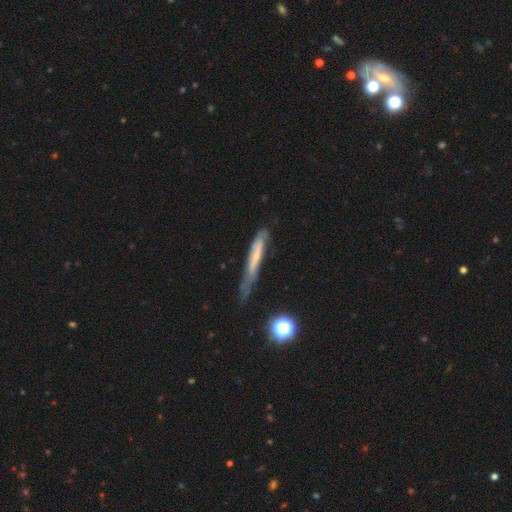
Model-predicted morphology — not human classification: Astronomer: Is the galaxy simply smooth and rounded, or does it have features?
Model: smooth — 45%, tied with featured or disk at 45%.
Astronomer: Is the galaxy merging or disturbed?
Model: none — 43% (runner-up: minor disturbance, 34%).